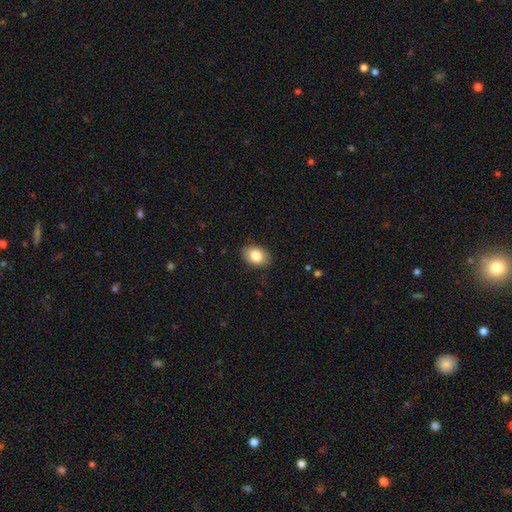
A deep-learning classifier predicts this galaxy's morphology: Smooth or featured? Predicted: smooth (p=0.83). How rounded? Predicted: in between (p=0.83). Merging? Predicted: none (p=0.88).